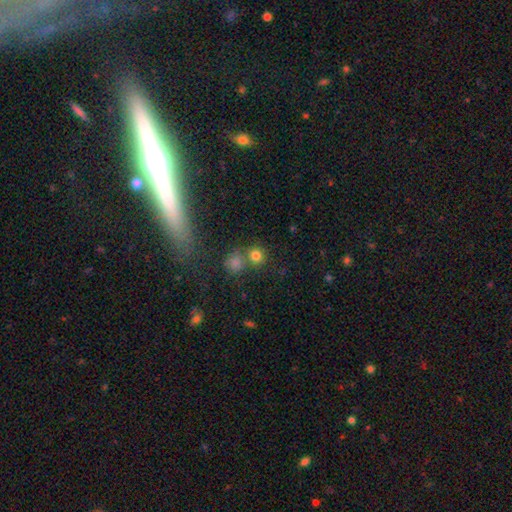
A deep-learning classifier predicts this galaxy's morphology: smooth_or_featured: smooth (p=0.77) [alt: star or artifact p=0.16]
how_rounded: round (p=0.89) [alt: in between p=0.10]
merging: none (p=0.63) [alt: merger p=0.27]